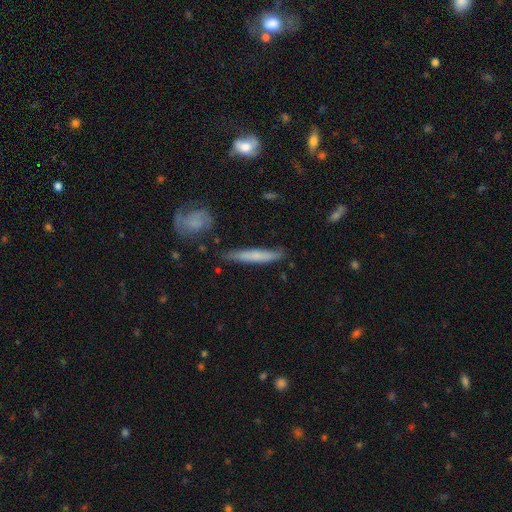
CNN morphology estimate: Smooth or featured?
  - smooth: 60% *
  - featured or disk: 33%
  - star or artifact: 7%
How rounded?
  - cigar-shaped: 93% *
  - in between: 5%
  - round: 2%
Merging?
  - none: 79% *
  - minor disturbance: 15%
  - major disturbance: 3%
  - merger: 3%